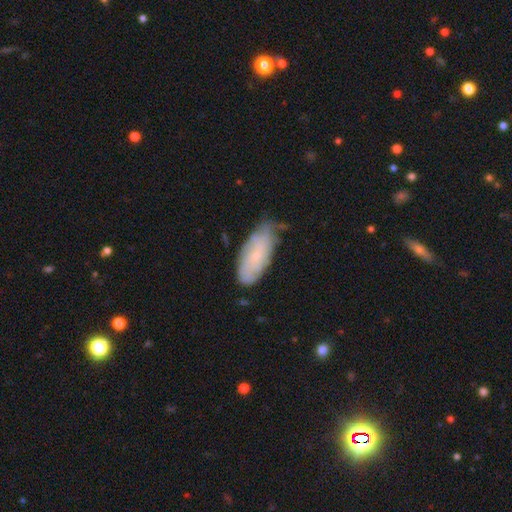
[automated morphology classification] Smooth or featured?
  - smooth: 50% *
  - featured or disk: 43%
  - star or artifact: 7%
Merging?
  - none: 60% *
  - minor disturbance: 32%
  - major disturbance: 6%
  - merger: 2%